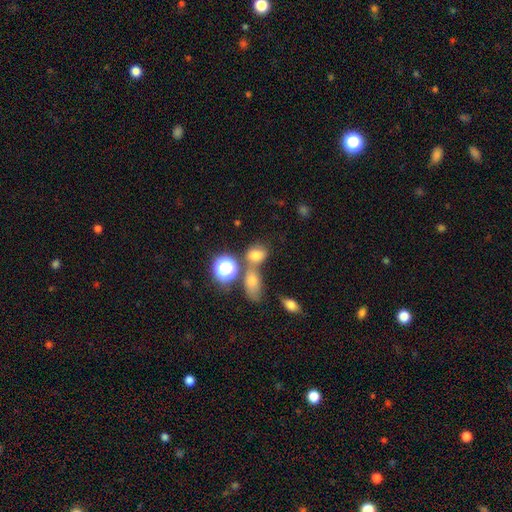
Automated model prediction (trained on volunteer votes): Smooth or featured? smooth (71%)
How rounded? in between (62%)
Merging? none (47%)